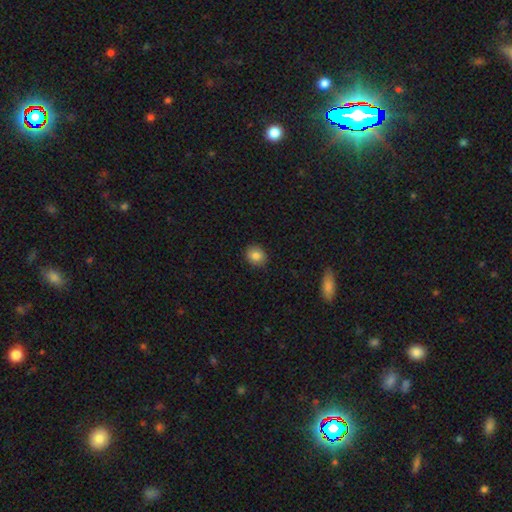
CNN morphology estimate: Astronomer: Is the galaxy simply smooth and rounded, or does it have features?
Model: smooth — 84%.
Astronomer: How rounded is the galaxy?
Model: round — 74%.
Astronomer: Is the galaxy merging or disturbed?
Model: none — 90%.